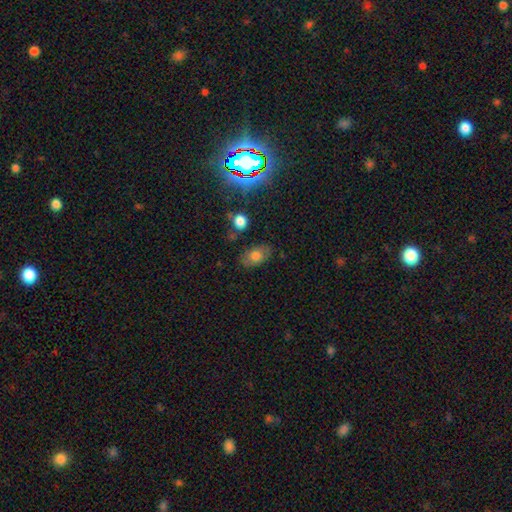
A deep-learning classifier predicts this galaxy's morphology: smooth-or-featured: smooth: 72% | featured or disk: 18% | star or artifact: 10%
  how-rounded: in between: 88% | round: 10% | cigar-shaped: 2%
  merging: none: 76% | minor disturbance: 16% | major disturbance: 5% | merger: 3%